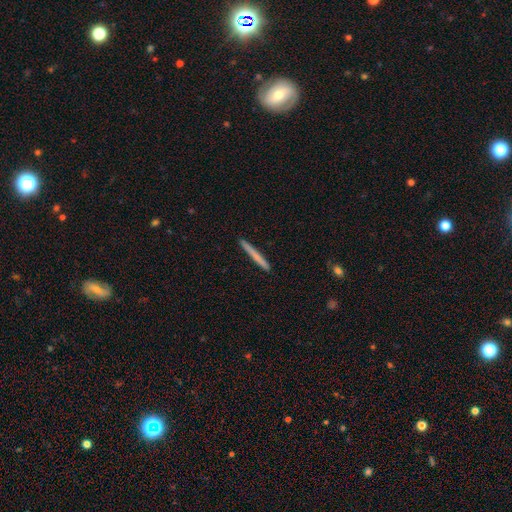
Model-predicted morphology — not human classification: This is likely a smooth galaxy (65%). How rounded: clearly cigar-shaped (97%). Merging: clearly none (93%).